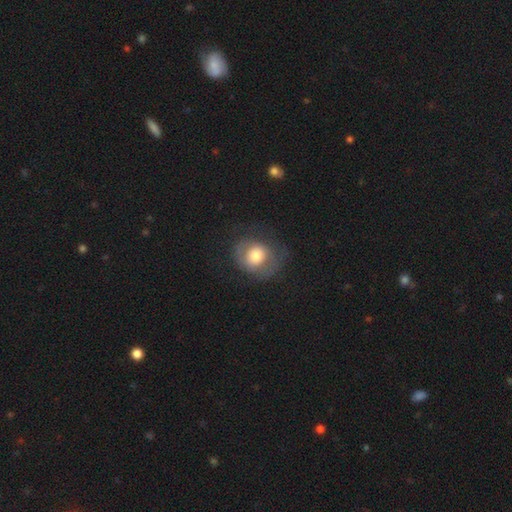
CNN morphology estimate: Q: Smooth or featured?
A: smooth (56%); runner-up: featured or disk (36%)
Q: How rounded?
A: round (74%); runner-up: in between (25%)
Q: Merging?
A: none (56%); runner-up: minor disturbance (21%)